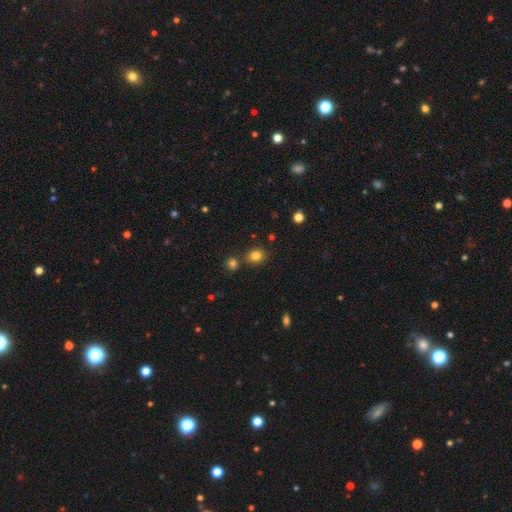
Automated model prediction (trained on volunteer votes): Overall: smooth (82%). How rounded: round (64%; in between 35%). Merging: none (76%).